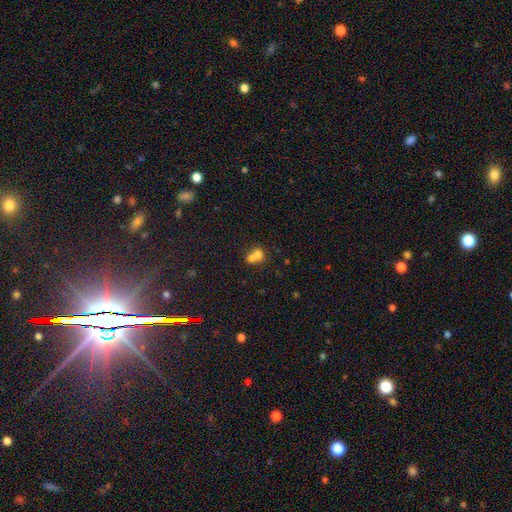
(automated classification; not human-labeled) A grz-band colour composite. It shows a smooth galaxy with no disk features (69%) that is round (54%). Merging: merger (68%).